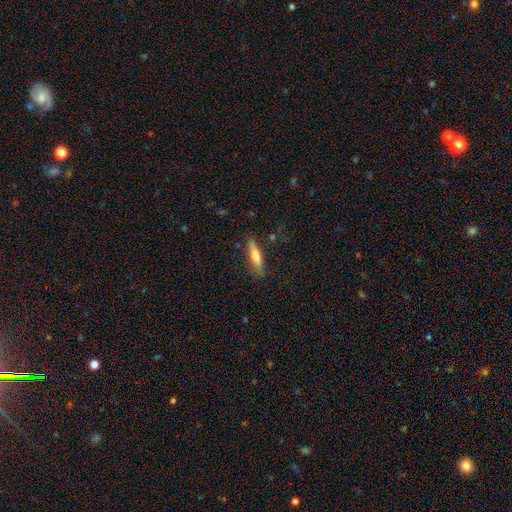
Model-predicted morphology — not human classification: Smooth or featured? Predicted: smooth (p=0.64). How rounded? Predicted: cigar-shaped (p=0.75). Merging? Predicted: none (p=0.83).